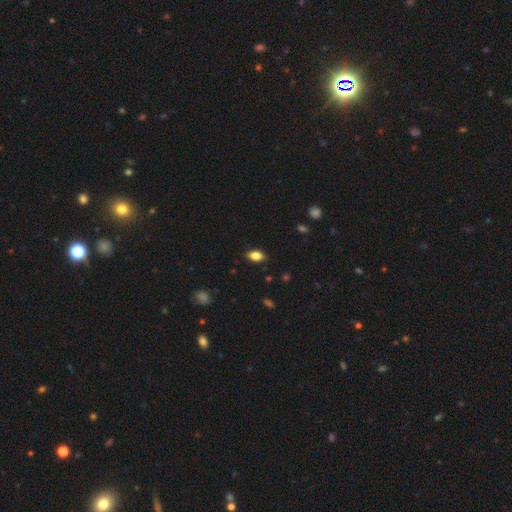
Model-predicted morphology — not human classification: smooth_or_featured: smooth (p=0.84) [alt: star or artifact p=0.09]
how_rounded: in between (p=0.87) [alt: round p=0.09]
merging: none (p=0.87) [alt: minor disturbance p=0.10]